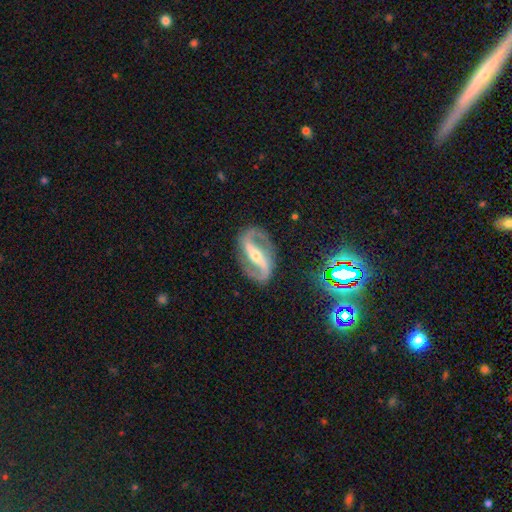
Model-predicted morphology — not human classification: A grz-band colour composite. It shows a featured or disk galaxy (91%) with a strong bar (71%), 2 (94%) medium (50%) spiral arms (96%) and a small central bulge (49%). Merging: none (86%).